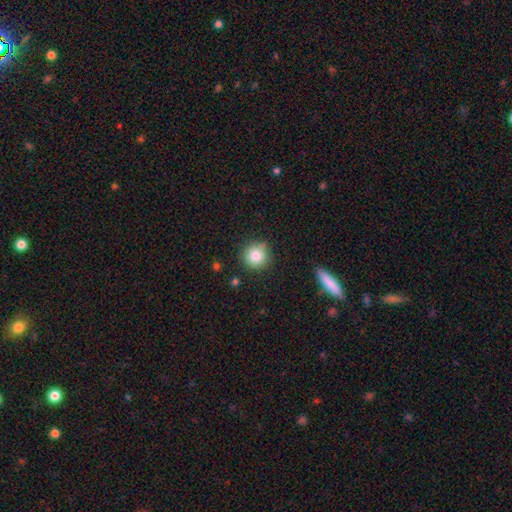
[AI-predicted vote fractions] The model was most divided on "smooth or featured": smooth: 82%, star or artifact: 10%, featured or disk: 8%. More confident: how rounded — round (94%); merging — none (86%).